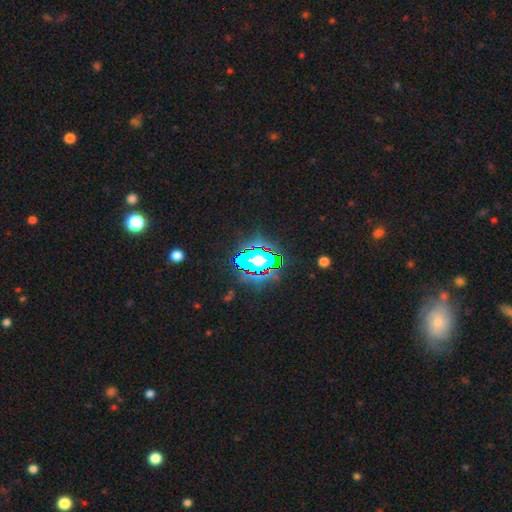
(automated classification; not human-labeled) smooth-or-featured: star or artifact: 81% | smooth: 12% | featured or disk: 7%